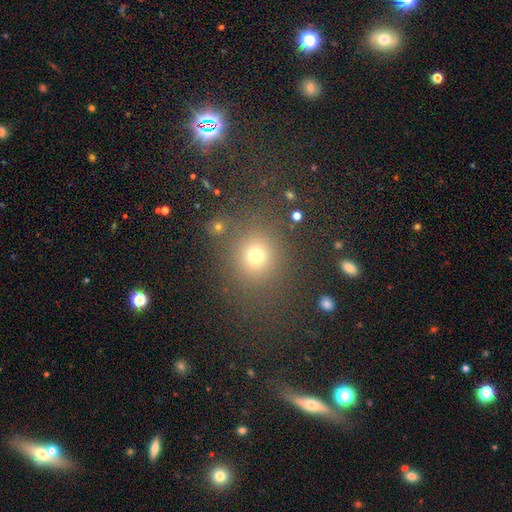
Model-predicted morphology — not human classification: smooth_or_featured: smooth (p=0.73) [alt: star or artifact p=0.19]
how_rounded: round (p=0.79) [alt: in between p=0.20]
merging: none (p=0.78) [alt: minor disturbance p=0.10]